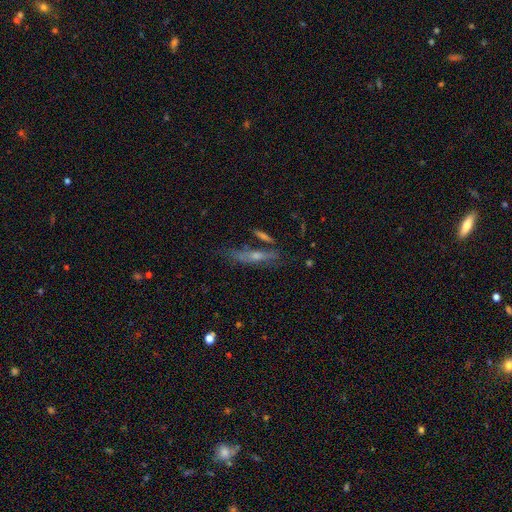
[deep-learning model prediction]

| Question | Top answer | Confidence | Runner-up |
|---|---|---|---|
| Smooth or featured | featured or disk | 55% | smooth (32%) |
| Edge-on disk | yes | 76% | no (24%) |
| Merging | none | 61% | minor disturbance (17%) |